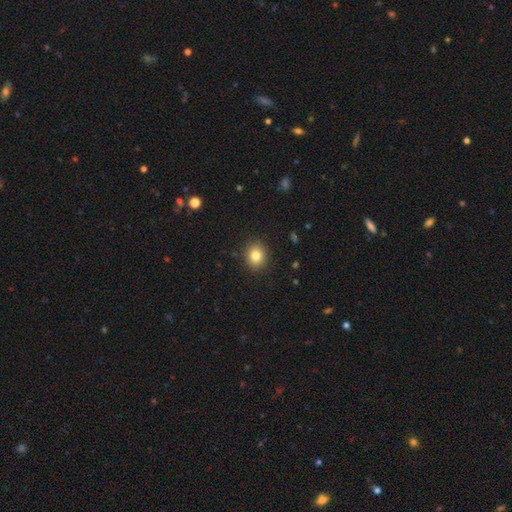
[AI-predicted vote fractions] Smooth or featured? Predicted: smooth (p=0.82). How rounded? Predicted: round (p=0.65). Merging? Predicted: none (p=0.90).